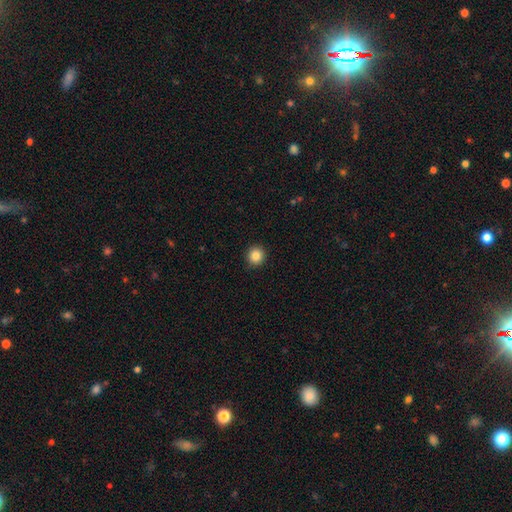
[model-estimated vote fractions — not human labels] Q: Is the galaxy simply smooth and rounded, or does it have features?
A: smooth — 85%.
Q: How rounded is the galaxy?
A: round — 91%.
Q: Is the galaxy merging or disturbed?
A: none — 90%.